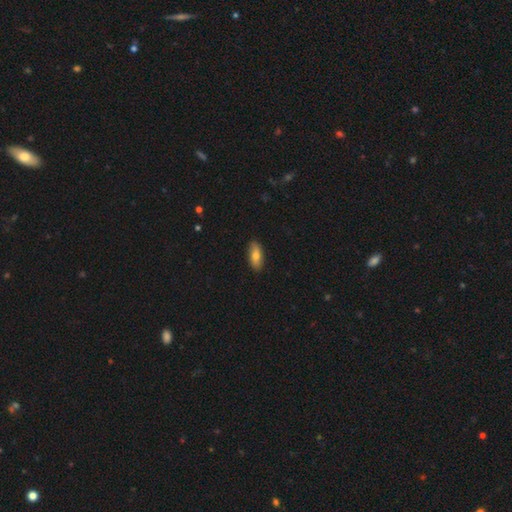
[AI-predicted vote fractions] Q: Smooth or featured?
A: smooth (75%); runner-up: featured or disk (19%)
Q: How rounded?
A: in between (82%); runner-up: cigar-shaped (15%)
Q: Merging?
A: none (89%); runner-up: minor disturbance (8%)